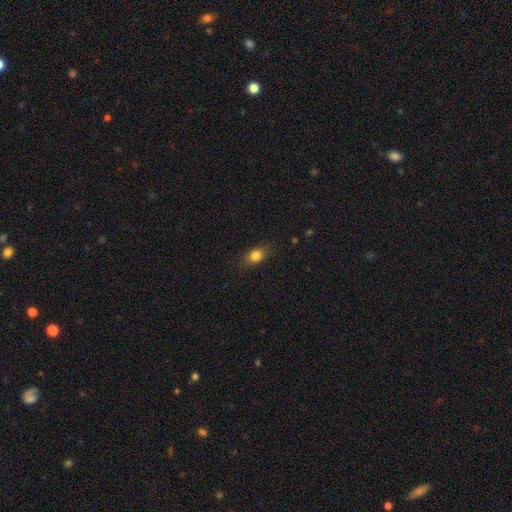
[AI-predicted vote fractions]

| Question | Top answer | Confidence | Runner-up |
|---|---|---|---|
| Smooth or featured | smooth | 81% | star or artifact (10%) |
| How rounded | in between | 70% | round (25%) |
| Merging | none | 81% | minor disturbance (14%) |